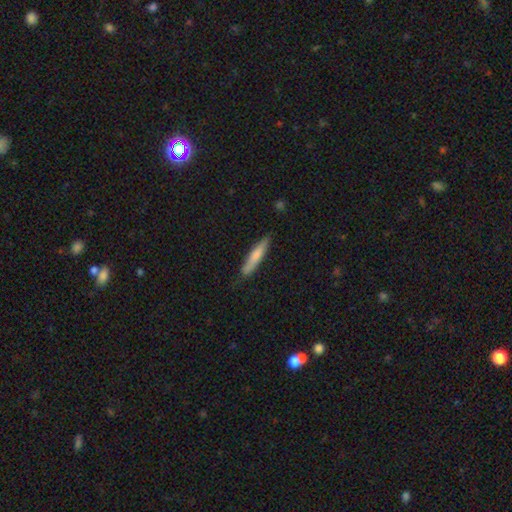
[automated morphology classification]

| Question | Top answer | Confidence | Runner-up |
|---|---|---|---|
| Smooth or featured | smooth | 70% | featured or disk (25%) |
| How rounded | cigar-shaped | 89% | in between (10%) |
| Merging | none | 80% | minor disturbance (16%) |